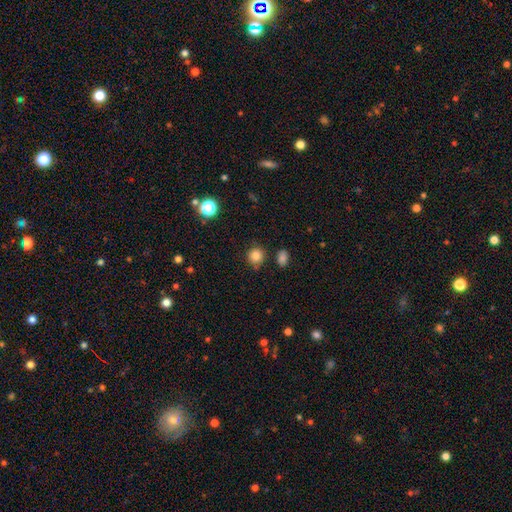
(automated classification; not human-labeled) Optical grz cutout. It shows a smooth galaxy with no disk features (83%) that is round (86%). Merging: none (77%).